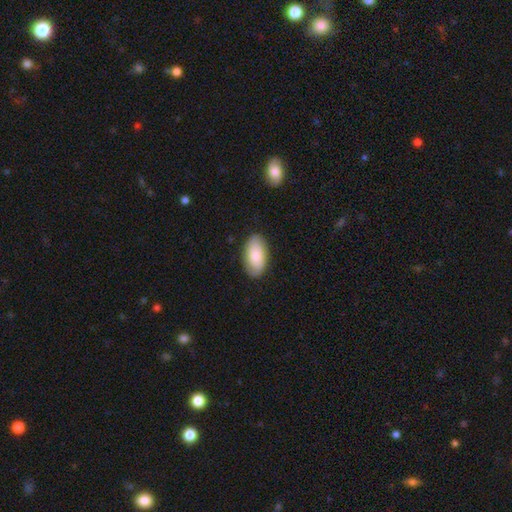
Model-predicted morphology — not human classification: Smooth or featured? Predicted: smooth (p=0.69). How rounded? Predicted: in between (p=0.94). Merging? Predicted: none (p=0.82).